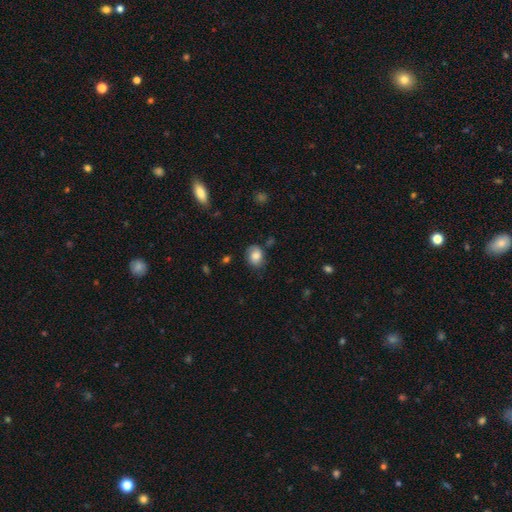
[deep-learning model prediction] This is likely a smooth galaxy (78%). How rounded: possibly in between (55%). Merging: likely none (72%).